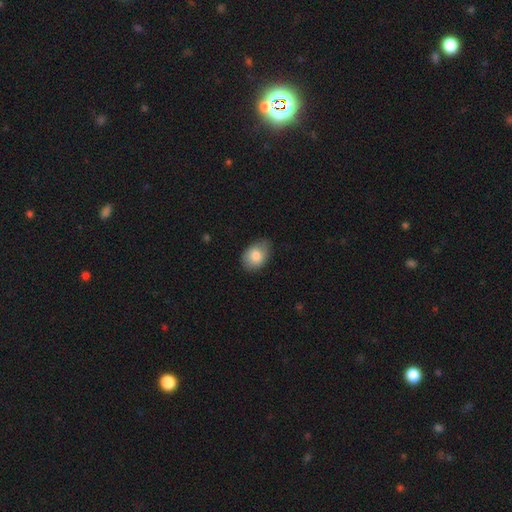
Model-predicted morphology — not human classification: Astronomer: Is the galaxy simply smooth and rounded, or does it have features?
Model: smooth — 82%.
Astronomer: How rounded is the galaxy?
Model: in between — 81%.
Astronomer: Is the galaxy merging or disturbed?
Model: none — 67%.